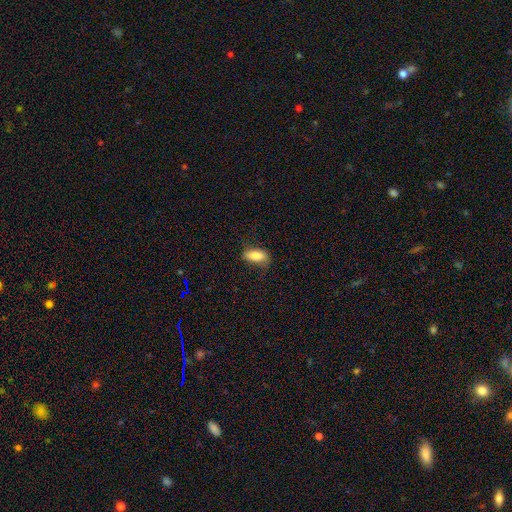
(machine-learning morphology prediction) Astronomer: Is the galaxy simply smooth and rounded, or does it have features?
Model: smooth — 78%.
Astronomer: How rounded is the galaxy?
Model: in between — 82%.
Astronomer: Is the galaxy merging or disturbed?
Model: none — 68%.